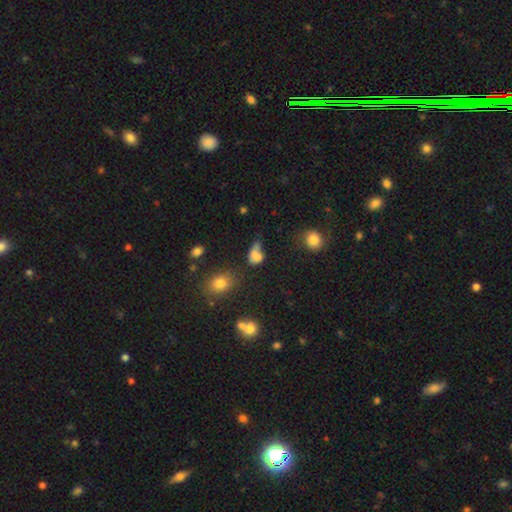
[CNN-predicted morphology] type=smooth (69%); roundness=in between (67%); merging=merger (42%).